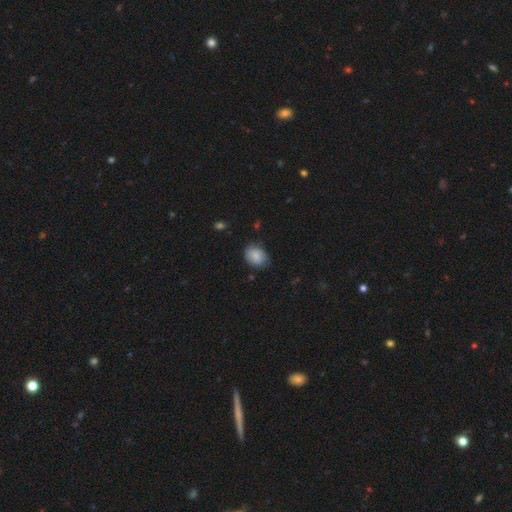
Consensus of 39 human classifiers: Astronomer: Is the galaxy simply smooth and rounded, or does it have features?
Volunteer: smooth — 82%.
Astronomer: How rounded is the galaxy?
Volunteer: round — 50%, tied with in between at 50%.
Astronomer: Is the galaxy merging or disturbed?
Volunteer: none — 72%.